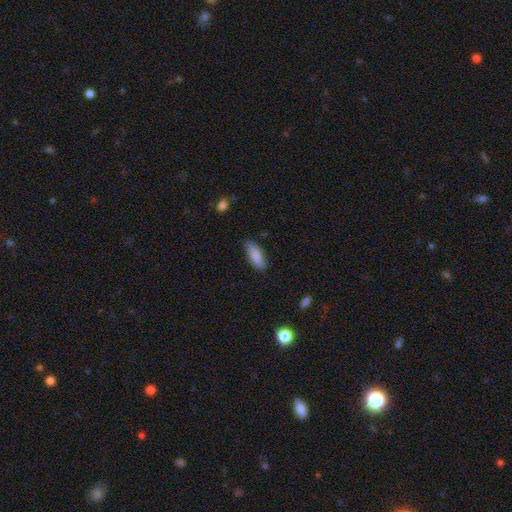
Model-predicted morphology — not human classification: Smooth or featured? Predicted: smooth (p=0.82). How rounded? Predicted: in between (p=0.70). Merging? Predicted: none (p=0.79).